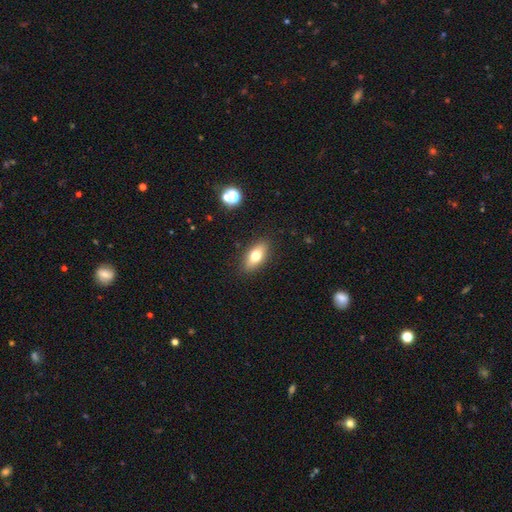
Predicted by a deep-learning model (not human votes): Q: Smooth or featured?
A: smooth (70%); runner-up: featured or disk (21%)
Q: How rounded?
A: in between (81%); runner-up: cigar-shaped (14%)
Q: Merging?
A: none (88%); runner-up: minor disturbance (9%)